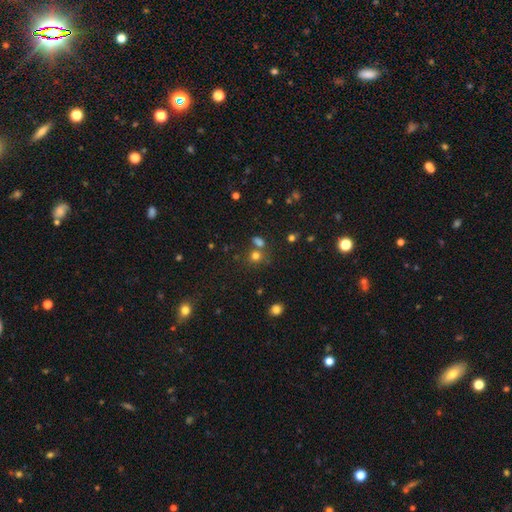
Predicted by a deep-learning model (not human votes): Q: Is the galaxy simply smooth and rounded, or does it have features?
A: smooth — 72%.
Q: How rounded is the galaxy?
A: round — 80%.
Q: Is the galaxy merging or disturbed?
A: none — 62%.